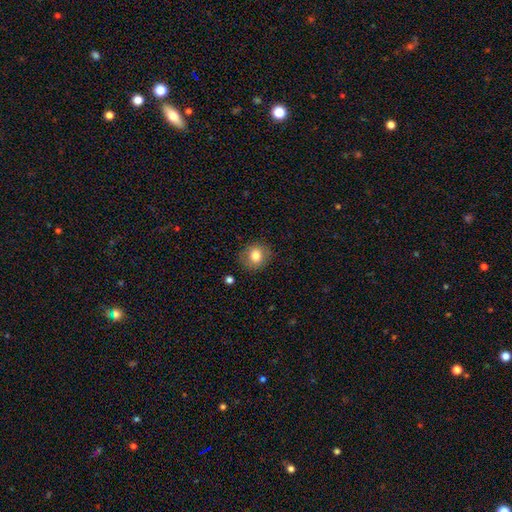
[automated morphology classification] Smooth or featured? Predicted: smooth (p=0.78). How rounded? Predicted: round (p=0.73). Merging? Predicted: none (p=0.84).